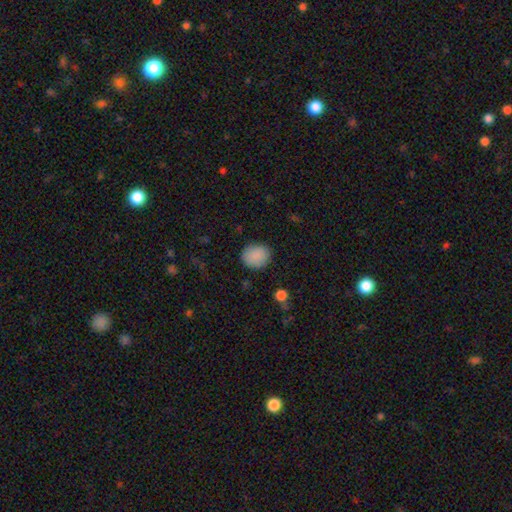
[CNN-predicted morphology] Smooth or featured? smooth (88%)
How rounded? round (70%)
Merging? none (85%)